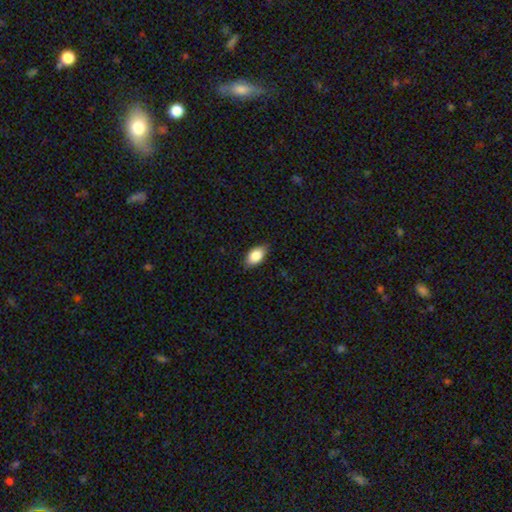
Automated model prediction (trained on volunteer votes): Q: Smooth or featured?
A: smooth (85%); runner-up: featured or disk (9%)
Q: How rounded?
A: in between (91%); runner-up: round (6%)
Q: Merging?
A: none (83%); runner-up: minor disturbance (14%)